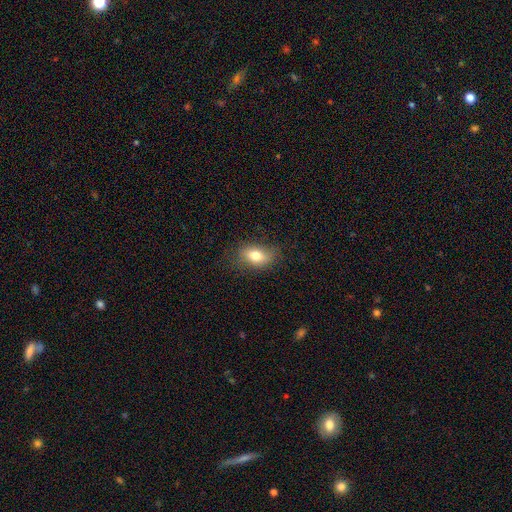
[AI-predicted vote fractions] Smooth or featured?
  - smooth: 75% *
  - featured or disk: 16%
  - star or artifact: 9%
How rounded?
  - in between: 81% *
  - round: 16%
  - cigar-shaped: 3%
Merging?
  - none: 76% *
  - minor disturbance: 18%
  - major disturbance: 5%
  - merger: 1%